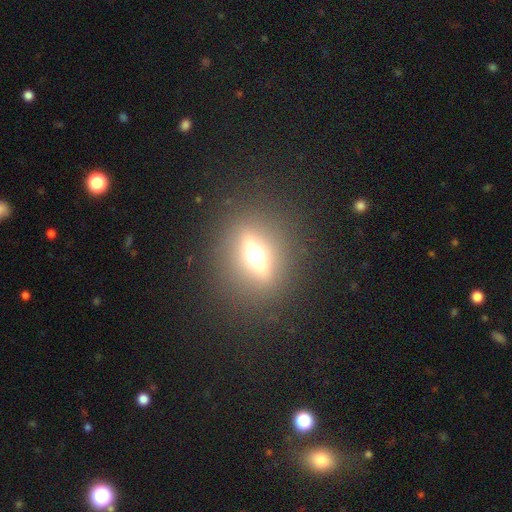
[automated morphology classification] Smooth or featured? Predicted: featured or disk (p=0.52). Edge-on disk? Predicted: yes (p=0.79). Merging? Predicted: none (p=0.85).